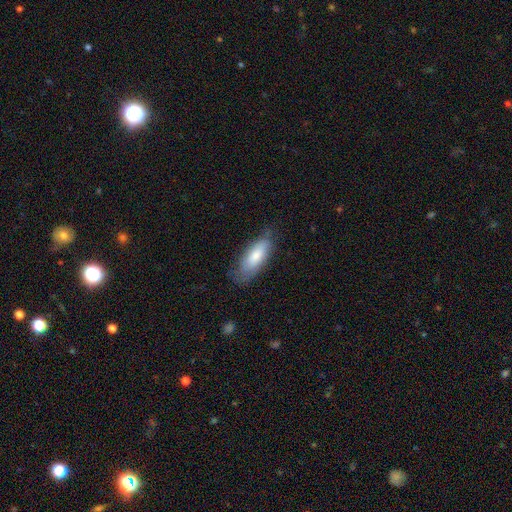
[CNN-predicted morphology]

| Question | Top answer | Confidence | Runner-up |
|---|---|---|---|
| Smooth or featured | smooth | 75% | featured or disk (19%) |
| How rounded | in between | 75% | cigar-shaped (23%) |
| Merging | none | 68% | minor disturbance (24%) |